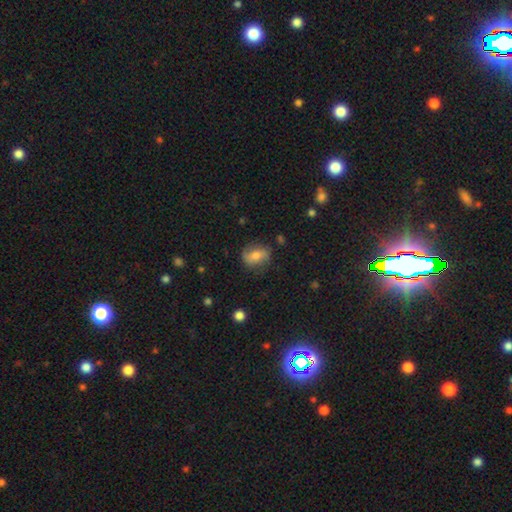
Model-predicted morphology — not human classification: This is possibly a smooth galaxy (53%). How rounded: possibly in between (59%). Merging: likely none (73%).